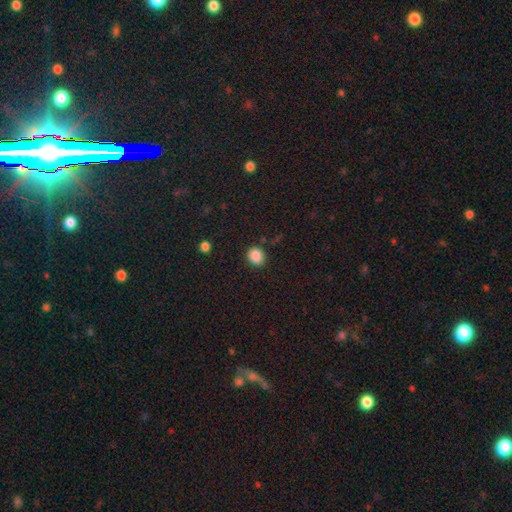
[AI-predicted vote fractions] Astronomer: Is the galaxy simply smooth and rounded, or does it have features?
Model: smooth — 87%.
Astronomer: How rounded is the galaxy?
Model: round — 69%.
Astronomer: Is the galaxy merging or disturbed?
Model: none — 83%.